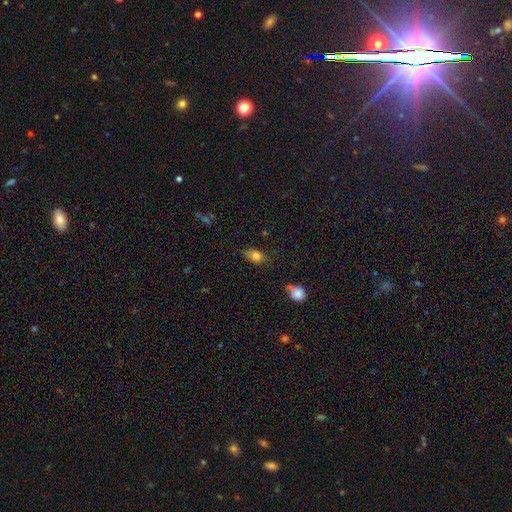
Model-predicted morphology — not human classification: This appears to be a smooth galaxy with no disk features (81%) that is in between round and cigar-shaped (81%). Merging: none (70%).